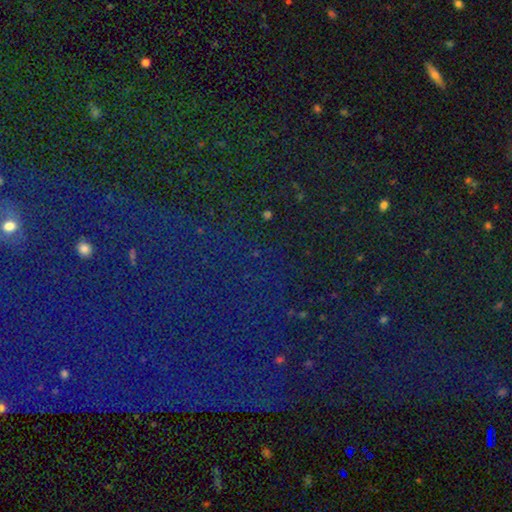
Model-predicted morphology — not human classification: This is clearly a star or artifact rather than a galaxy (84%).